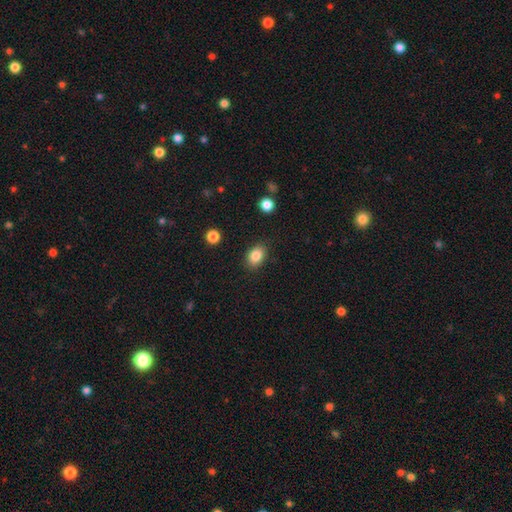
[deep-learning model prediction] smooth-or-featured: smooth: 85% | star or artifact: 9% | featured or disk: 6%
  how-rounded: in between: 77% | round: 22% | cigar-shaped: 1%
  merging: none: 86% | minor disturbance: 10% | major disturbance: 3% | merger: 2%